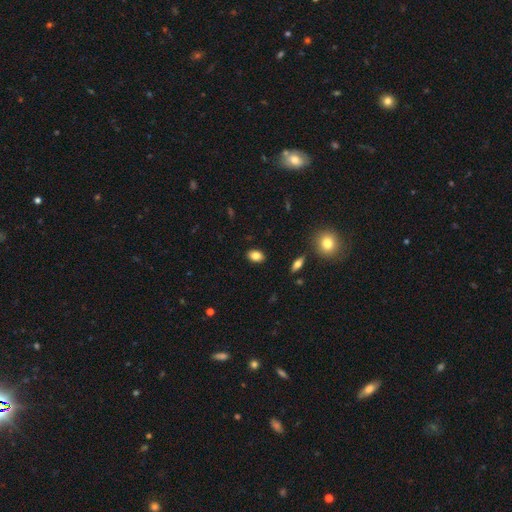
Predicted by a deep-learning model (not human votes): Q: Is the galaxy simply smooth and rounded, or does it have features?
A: smooth — 83%.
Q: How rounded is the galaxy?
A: in between — 82%.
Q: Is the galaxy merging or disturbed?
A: none — 89%.